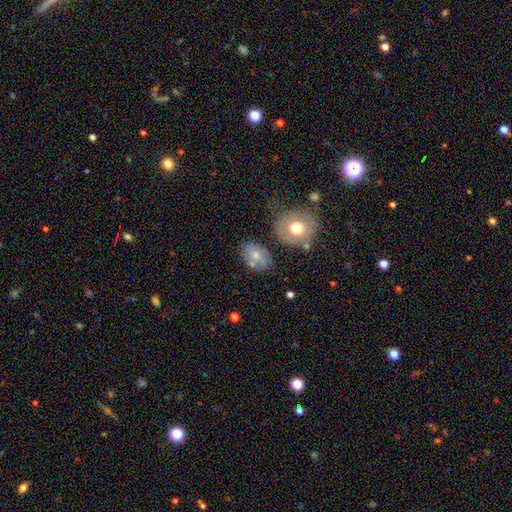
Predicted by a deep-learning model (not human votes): Q: Smooth or featured?
A: smooth (64%); runner-up: featured or disk (27%)
Q: How rounded?
A: in between (79%); runner-up: round (19%)
Q: Merging?
A: none (56%); runner-up: minor disturbance (22%)